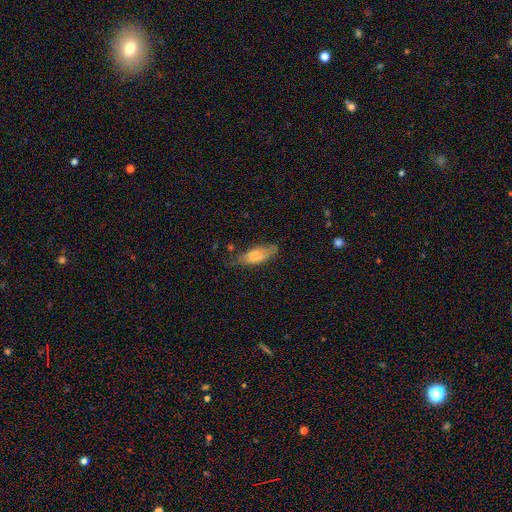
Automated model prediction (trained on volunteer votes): Smooth or featured? smooth (75%)
How rounded? in between (74%)
Merging? none (50%)